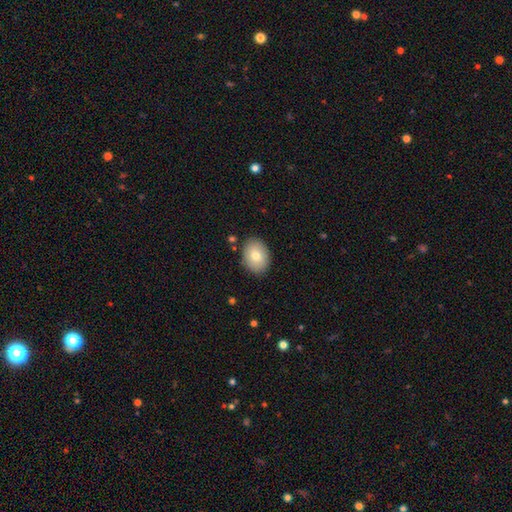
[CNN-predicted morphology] A smooth galaxy with no disk features (77%) that is in between round and cigar-shaped (70%).

Vote fractions:
- Smooth or featured? smooth: 77% / featured or disk: 15% / star or artifact: 7%
- How rounded? in between: 70% / round: 30% / cigar-shaped: 1%
- Merging? none: 87% / minor disturbance: 10% / major disturbance: 2% / merger: 2%